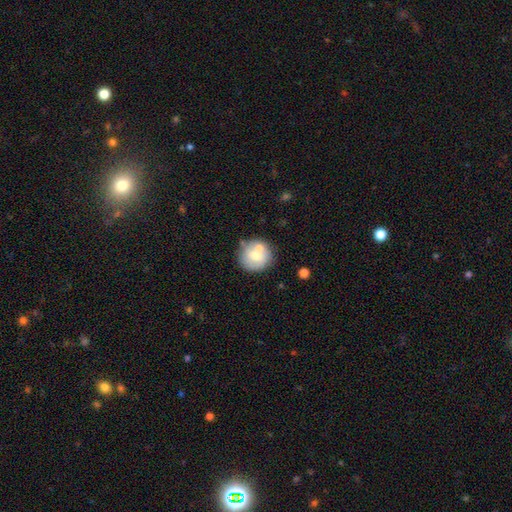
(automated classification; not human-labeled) This is likely a smooth galaxy (64%). How rounded: clearly round (91%). Merging: likely none (64%).